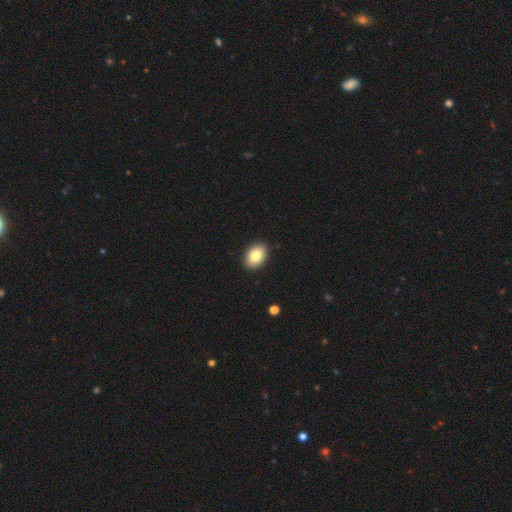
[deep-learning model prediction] smooth_or_featured: smooth (p=0.83) [alt: featured or disk p=0.09]
how_rounded: in between (p=0.83) [alt: round p=0.16]
merging: none (p=0.91) [alt: minor disturbance p=0.06]